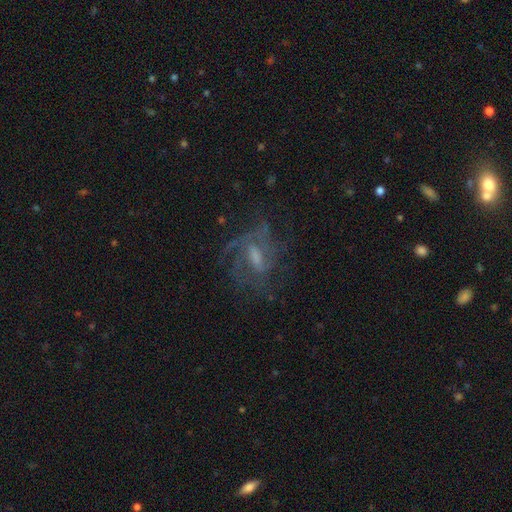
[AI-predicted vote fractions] A featured or disk galaxy (75%) with a weak bar (53%), medium (47%) spiral arms (85%) and a moderate central bulge (40%). Merging: none (56%).